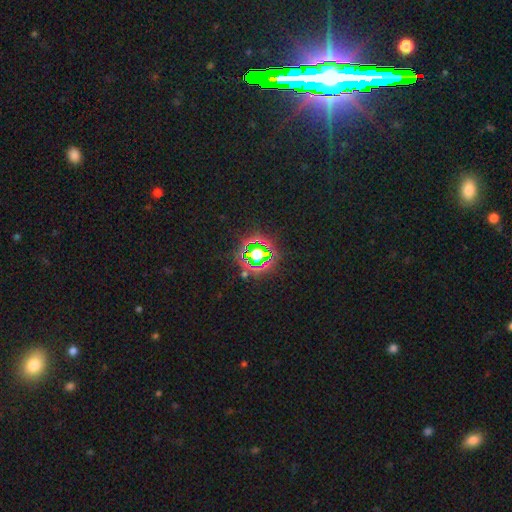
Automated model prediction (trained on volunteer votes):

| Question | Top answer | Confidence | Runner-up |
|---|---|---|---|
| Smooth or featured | star or artifact | 65% | smooth (22%) |